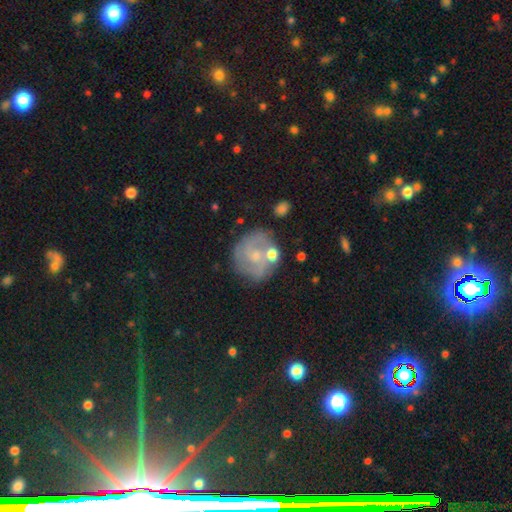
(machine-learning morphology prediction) smooth_or_featured: featured or disk (p=0.66) [alt: smooth p=0.26]
disk_edge_on: no (p=0.98) [alt: yes p=0.02]
bar: no (p=0.64) [alt: weak p=0.31]
has_spiral_arms: yes (p=0.79) [alt: no p=0.21]
spiral_winding: tight (p=0.42) [alt: medium p=0.41]
spiral_arm_count: 2 (p=0.44) [alt: can't tell p=0.29]
bulge_size: small (p=0.64) [alt: moderate p=0.28]
merging: none (p=0.65) [alt: minor disturbance p=0.18]